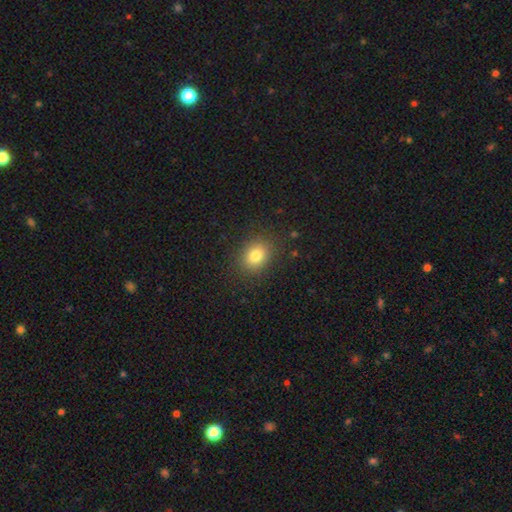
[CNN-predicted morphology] smooth_or_featured: smooth (p=0.80) [alt: star or artifact p=0.12]
how_rounded: round (p=0.58) [alt: in between p=0.42]
merging: none (p=0.86) [alt: minor disturbance p=0.09]